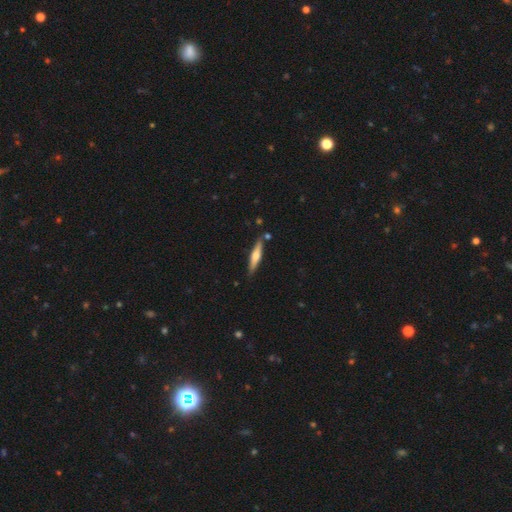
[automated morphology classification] type=featured or disk (50%); merging=none (83%).